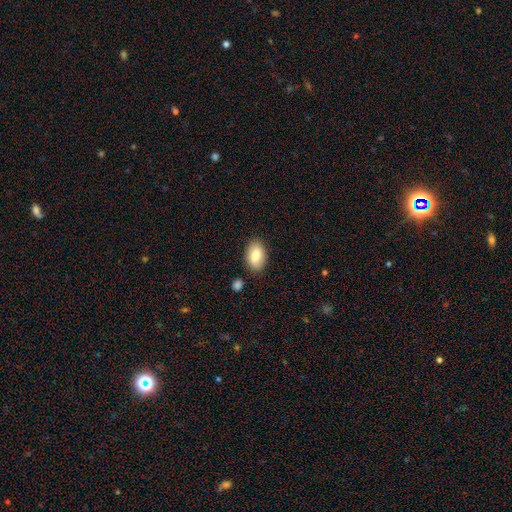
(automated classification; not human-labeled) Smooth or featured? smooth (83%)
How rounded? in between (93%)
Merging? none (84%)